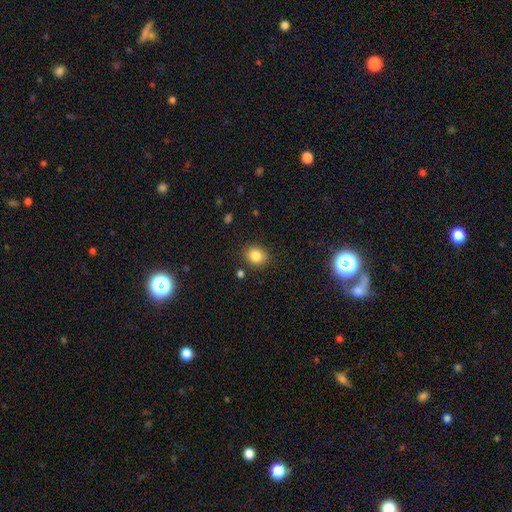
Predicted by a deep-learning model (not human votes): Smooth or featured? Predicted: smooth (p=0.84). How rounded? Predicted: round (p=0.68). Merging? Predicted: none (p=0.85).